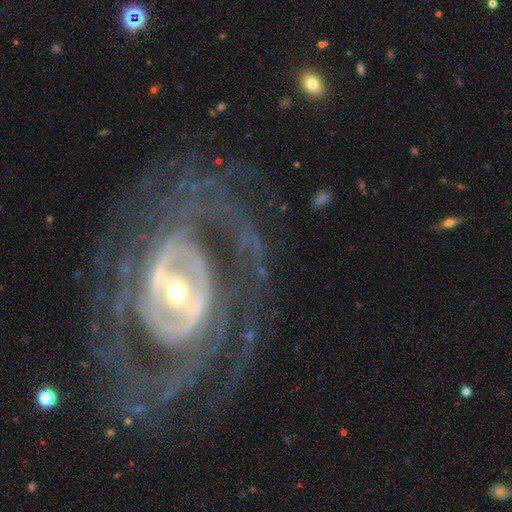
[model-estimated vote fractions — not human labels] smooth-or-featured: featured or disk: 88% | star or artifact: 6% | smooth: 6%
  disk-edge-on: no: 95% | yes: 5%
    bar: strong: 44% | weak: 31% | no: 25%
    has-spiral-arms: yes: 90% | no: 10%
      spiral-winding: tight: 60% | medium: 30% | loose: 10%
      spiral-arm-count: 2: 31% | can't tell: 30% | 3: 13% | 4: 10% | more than 4: 9% | 1: 7%
    bulge-size: small: 55% | moderate: 37% | large: 5% | dominant: 1% | none: 1%
  merging: none: 69% | major disturbance: 15% | minor disturbance: 14% | merger: 2%